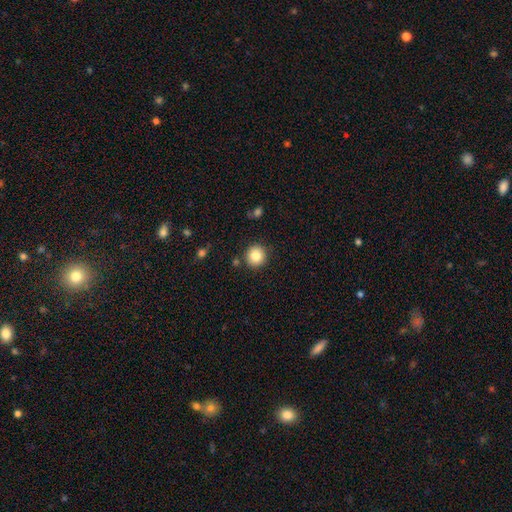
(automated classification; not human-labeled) smooth 83%, star or artifact 10%, featured or disk 7%. Down the decision tree: how rounded — round (93%); merging — none (89%).